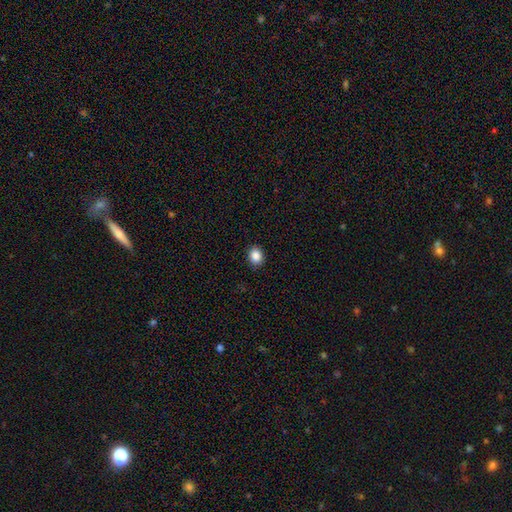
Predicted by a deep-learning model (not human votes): Smooth or featured?
  - smooth: 87% *
  - star or artifact: 9%
  - featured or disk: 4%
How rounded?
  - round: 54% *
  - in between: 45%
  - cigar-shaped: 1%
Merging?
  - none: 90% *
  - minor disturbance: 7%
  - major disturbance: 2%
  - merger: 1%